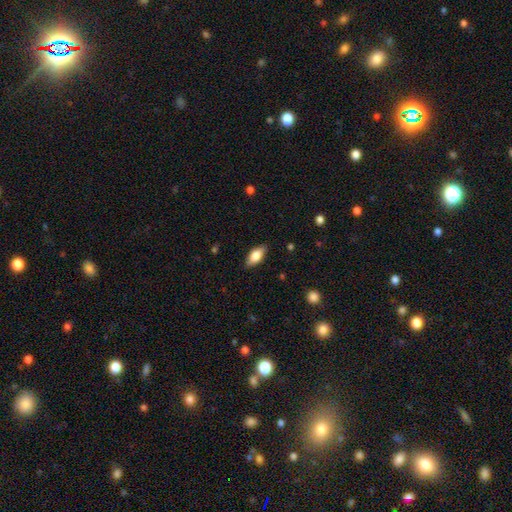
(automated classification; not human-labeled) Smooth or featured: smooth — 73% (featured or disk — 21%)
How rounded: in between — 85% (cigar-shaped — 12%)
Merging: none — 85% (minor disturbance — 12%)